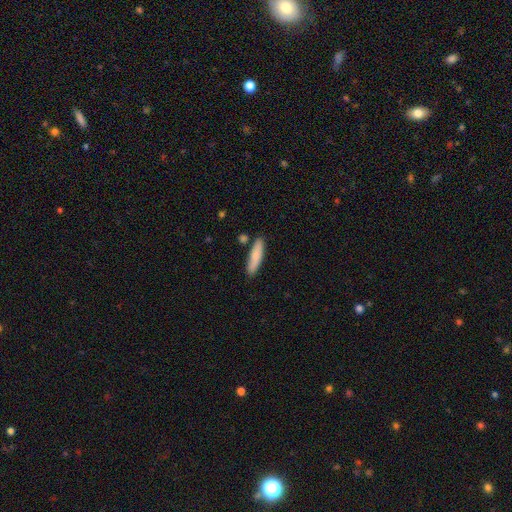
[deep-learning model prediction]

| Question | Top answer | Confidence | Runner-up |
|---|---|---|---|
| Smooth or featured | smooth | 82% | featured or disk (12%) |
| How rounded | cigar-shaped | 77% | in between (21%) |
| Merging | none | 84% | minor disturbance (10%) |